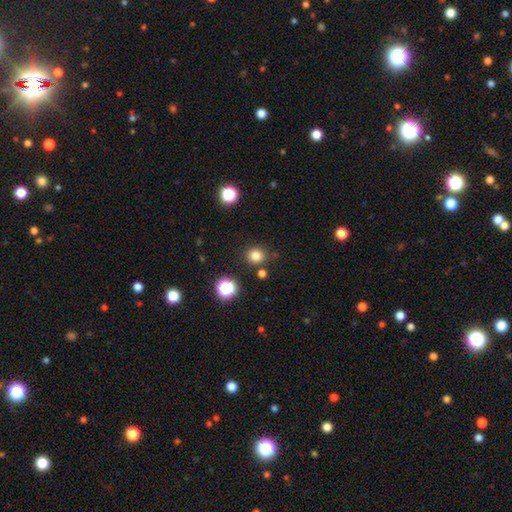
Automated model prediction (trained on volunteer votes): Smooth or featured? smooth (79%)
How rounded? round (85%)
Merging? none (83%)